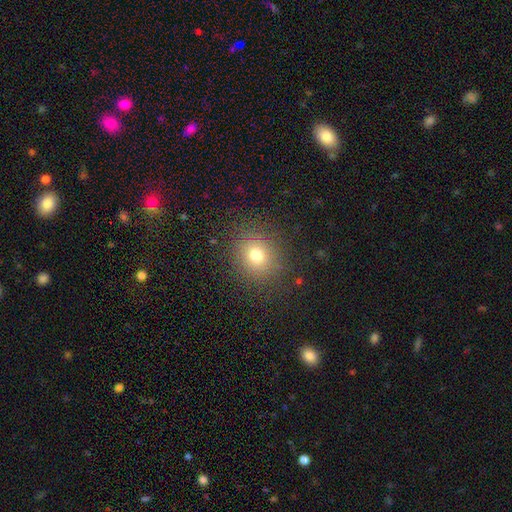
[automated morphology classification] This appears to be a smooth galaxy with no disk features (75%) that is round (82%). Merging: none (88%).